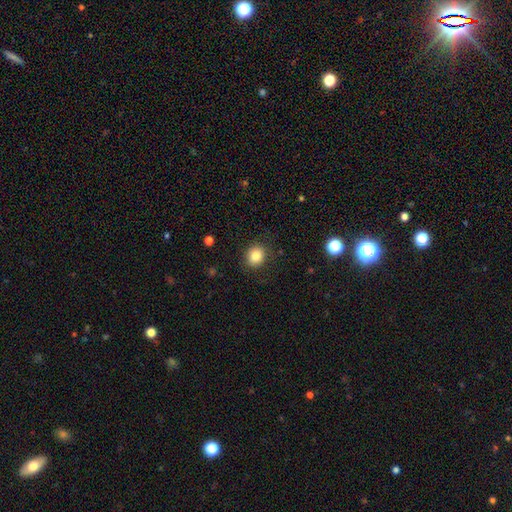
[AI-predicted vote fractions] A smooth galaxy with no disk features (83%) that is round (75%).

Vote fractions:
- Smooth or featured? smooth: 83% / star or artifact: 11% / featured or disk: 6%
- How rounded? round: 75% / in between: 24% / cigar-shaped: 1%
- Merging? none: 87% / minor disturbance: 9% / major disturbance: 3% / merger: 1%